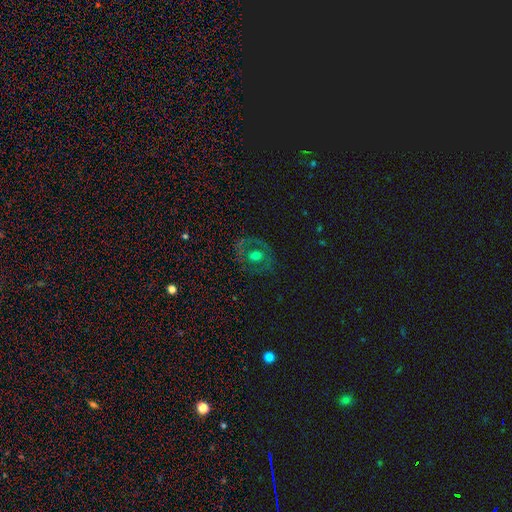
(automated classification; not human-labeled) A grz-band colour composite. It shows a featured or disk galaxy (53%) with no bar (77%), no spiral arms (70%) and a moderate central bulge (64%). Merging: none (72%).